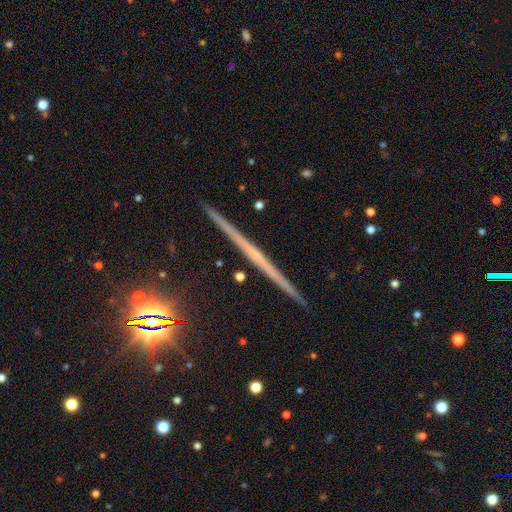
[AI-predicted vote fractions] Overall: featured or disk (67%). Edge-on disk: yes (98%). Edge-on bulge: none (79%). Merging: none (92%).